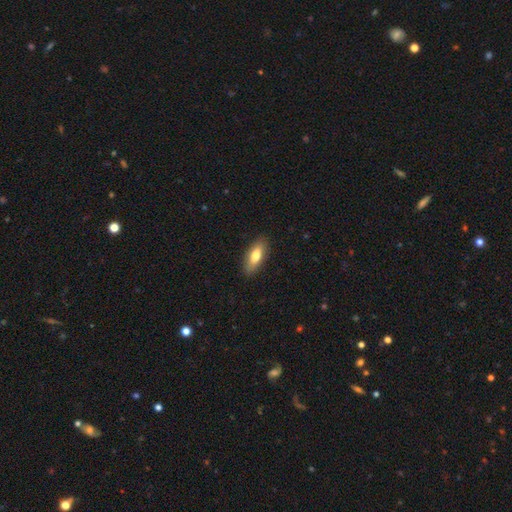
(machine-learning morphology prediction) The model was most divided on "how rounded": in between: 73%, cigar-shaped: 24%, round: 2%. More confident: merging — none (87%); smooth or featured — smooth (74%).